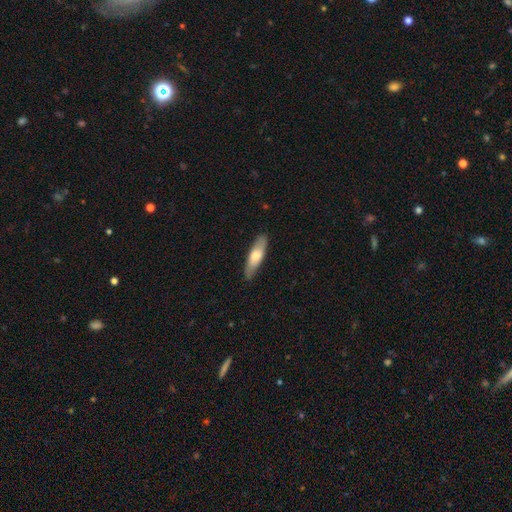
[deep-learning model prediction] Smooth or featured? smooth (66%)
How rounded? cigar-shaped (61%)
Merging? none (86%)